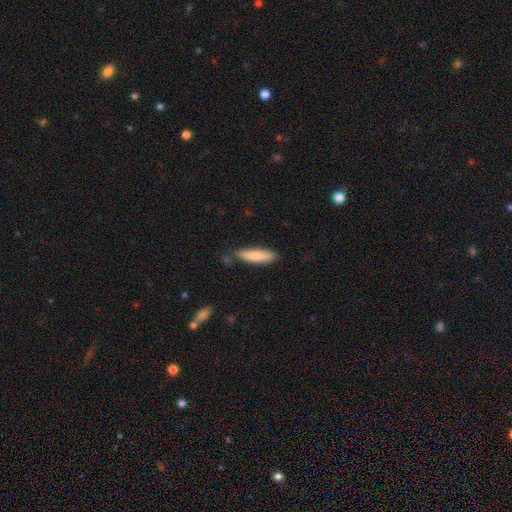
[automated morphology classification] smooth 82%, featured or disk 12%, star or artifact 6%. Down the decision tree: how rounded — cigar-shaped (70%); merging — none (75%).